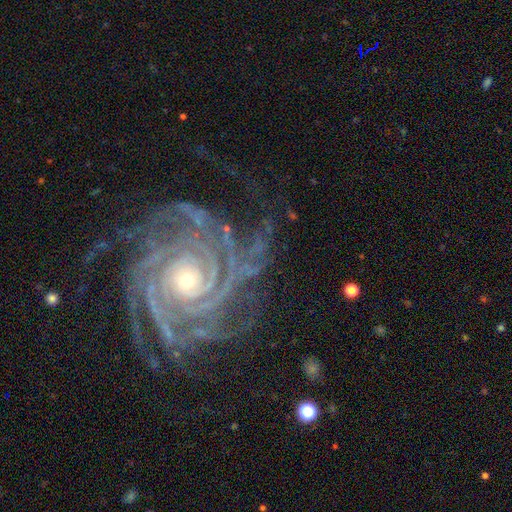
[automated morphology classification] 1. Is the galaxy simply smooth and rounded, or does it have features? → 91% featured or disk, 6% star or artifact, 3% smooth.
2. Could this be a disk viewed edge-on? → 97% no, 3% yes.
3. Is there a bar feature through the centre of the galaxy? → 70% no, 19% weak, 11% strong.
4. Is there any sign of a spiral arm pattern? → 99% yes, 1% no.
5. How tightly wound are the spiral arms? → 80% tight, 17% medium, 3% loose.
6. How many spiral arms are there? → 32% more than 4, 21% 4, 15% can't tell, 13% 3, 10% 2, 9% 1.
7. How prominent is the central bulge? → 53% small, 43% moderate, 2% large, 1% none, 1% dominant.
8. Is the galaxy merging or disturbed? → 76% none, 15% minor disturbance, 7% major disturbance, 1% merger.